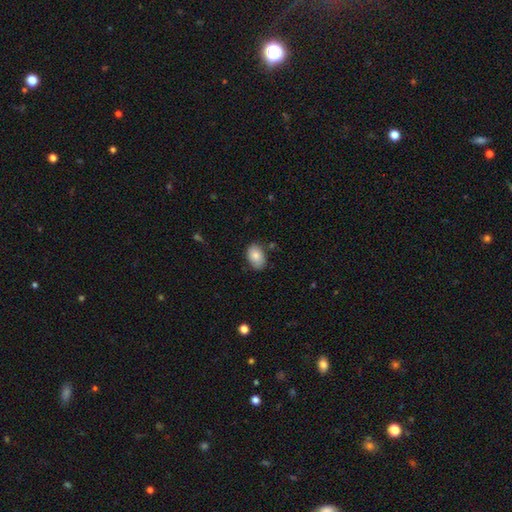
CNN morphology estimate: Smooth or featured? Predicted: smooth (p=0.83). How rounded? Predicted: in between (p=0.88). Merging? Predicted: none (p=0.76).